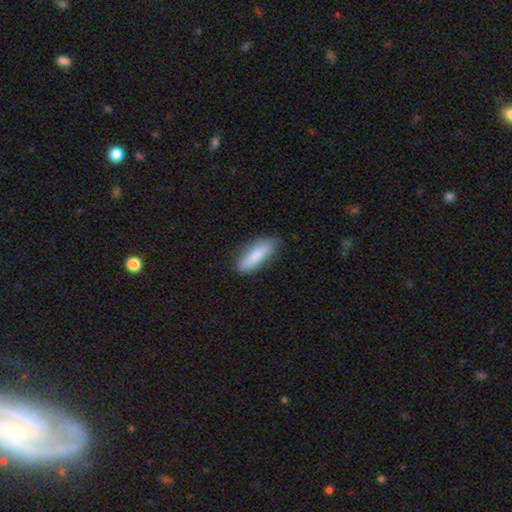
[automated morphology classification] Smooth or featured? Predicted: smooth (p=0.83). How rounded? Predicted: in between (p=0.54). Merging? Predicted: none (p=0.76).